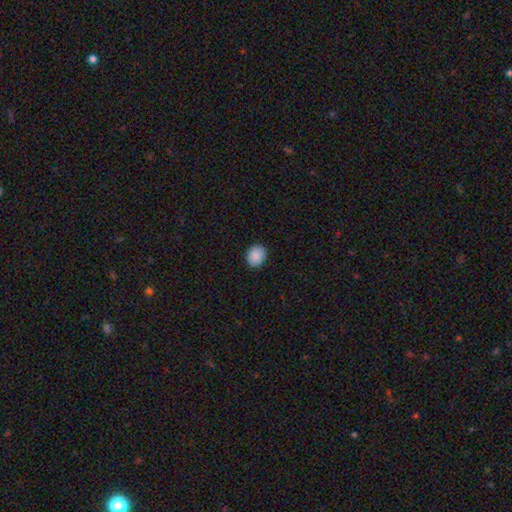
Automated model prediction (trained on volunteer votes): Smooth or featured?
  - smooth: 89% *
  - star or artifact: 8%
  - featured or disk: 3%
How rounded?
  - round: 67% *
  - in between: 32%
  - cigar-shaped: 1%
Merging?
  - none: 90% *
  - minor disturbance: 7%
  - major disturbance: 2%
  - merger: 1%